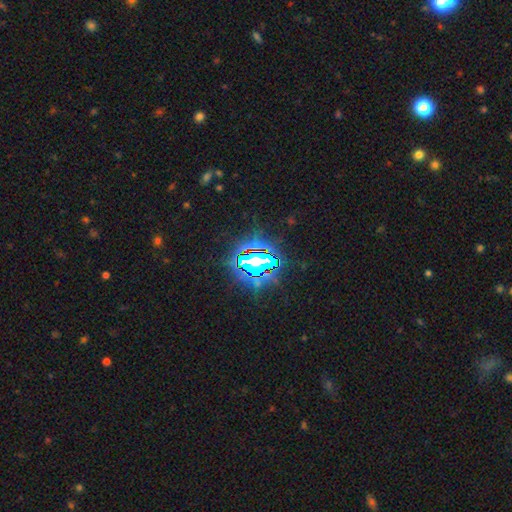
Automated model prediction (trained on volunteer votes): A star or artifact, not a galaxy (77%).